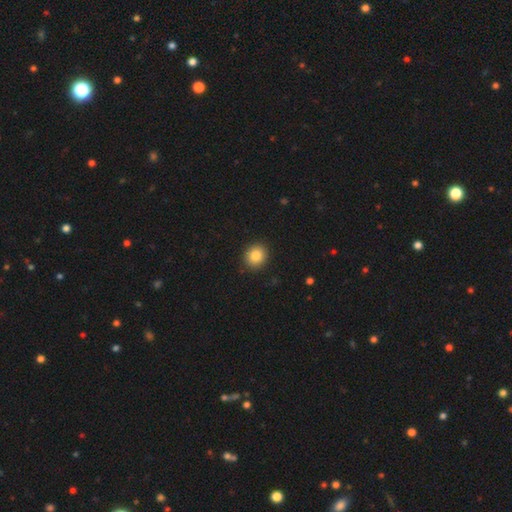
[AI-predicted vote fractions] smooth 85%, star or artifact 10%, featured or disk 6%. Down the decision tree: how rounded — round (79%); merging — none (90%).